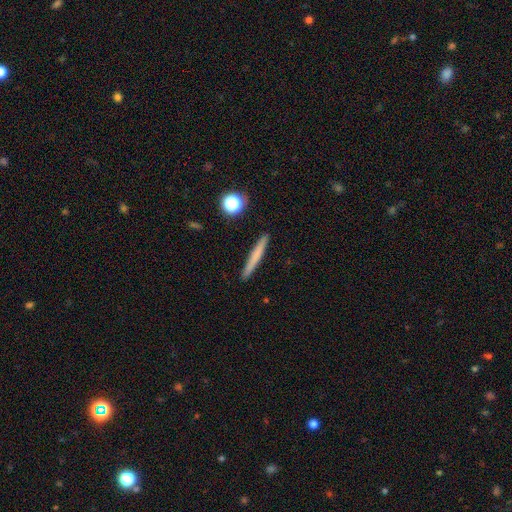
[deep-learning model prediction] Smooth or featured?
  - smooth: 66% *
  - featured or disk: 27%
  - star or artifact: 7%
How rounded?
  - cigar-shaped: 96% *
  - in between: 2%
  - round: 2%
Merging?
  - none: 92% *
  - minor disturbance: 6%
  - major disturbance: 1%
  - merger: 1%